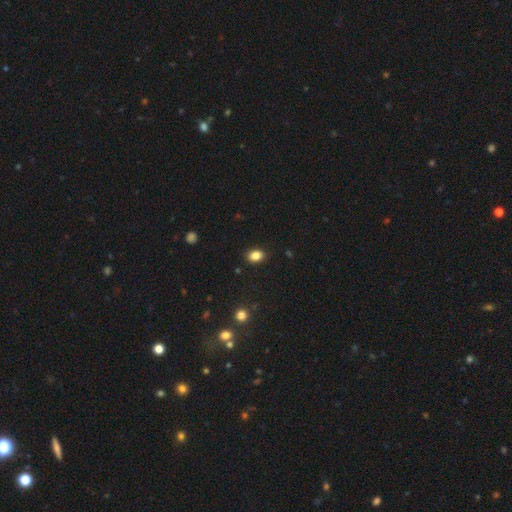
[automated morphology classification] Q: Smooth or featured?
A: smooth (85%); runner-up: star or artifact (10%)
Q: How rounded?
A: in between (70%); runner-up: round (29%)
Q: Merging?
A: none (88%); runner-up: minor disturbance (9%)